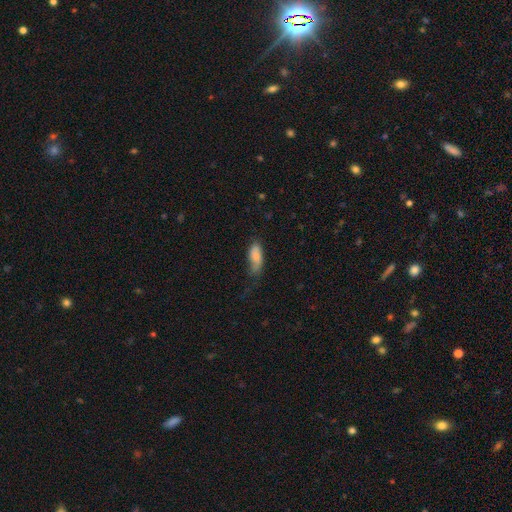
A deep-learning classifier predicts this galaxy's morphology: smooth 71%, featured or disk 22%, star or artifact 7%. Down the decision tree: how rounded — in between (80%); merging — none (43%).